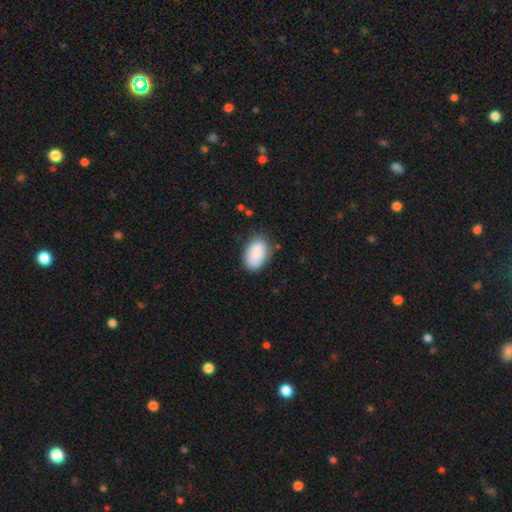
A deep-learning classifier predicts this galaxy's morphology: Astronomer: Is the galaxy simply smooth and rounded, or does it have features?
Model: smooth — 89%.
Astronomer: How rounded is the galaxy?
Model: in between — 92%.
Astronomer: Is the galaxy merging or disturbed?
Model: none — 76%.